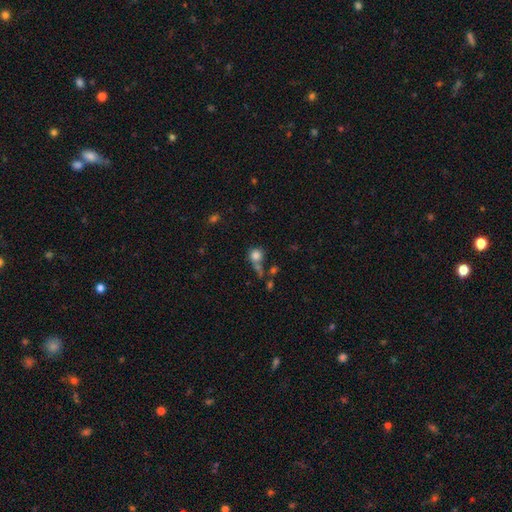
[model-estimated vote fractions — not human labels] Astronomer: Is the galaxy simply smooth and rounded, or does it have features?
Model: smooth — 80%.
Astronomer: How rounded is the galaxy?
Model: round — 87%.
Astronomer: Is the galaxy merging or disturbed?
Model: none — 48% (runner-up: merger, 28%).